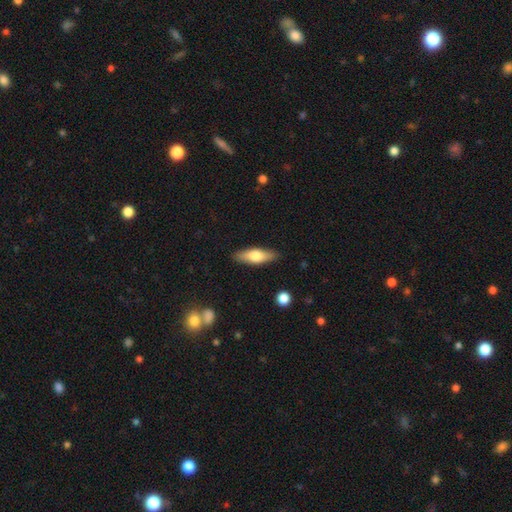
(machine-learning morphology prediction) Smooth or featured: smooth — 62% (featured or disk — 32%)
How rounded: in between — 53% (cigar-shaped — 45%)
Merging: none — 87% (minor disturbance — 9%)